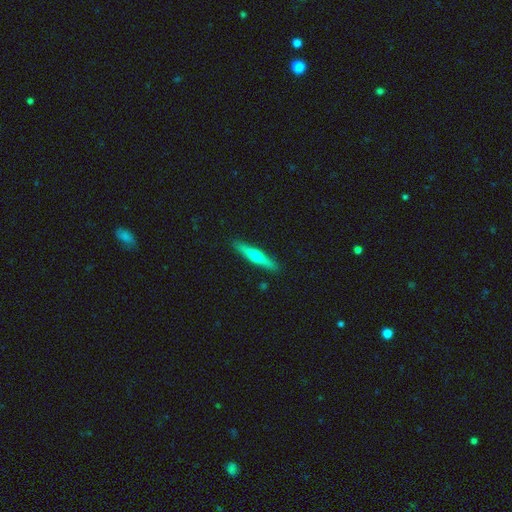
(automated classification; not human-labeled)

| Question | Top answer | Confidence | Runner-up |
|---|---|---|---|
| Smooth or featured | featured or disk | 56% | smooth (39%) |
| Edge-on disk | yes | 96% | no (4%) |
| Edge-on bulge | rounded | 91% | none (6%) |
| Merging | none | 91% | minor disturbance (7%) |